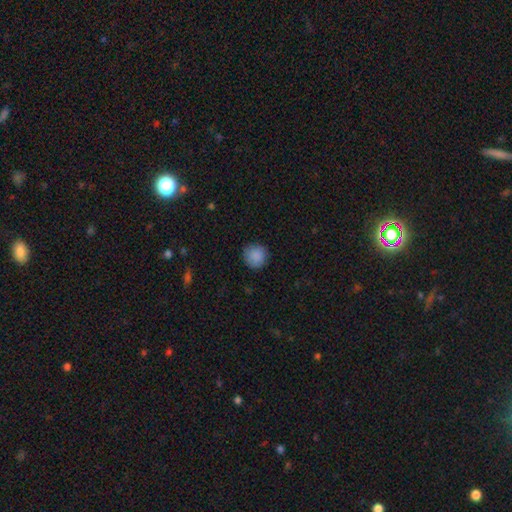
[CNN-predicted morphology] Overall: smooth (88%). How rounded: round (93%). Merging: none (86%).